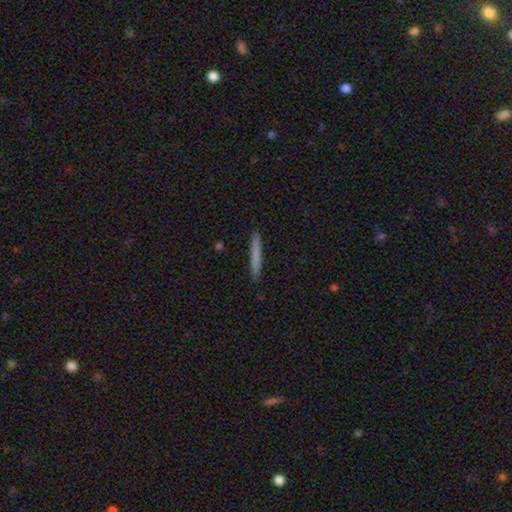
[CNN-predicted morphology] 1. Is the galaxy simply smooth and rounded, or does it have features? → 74% smooth, 20% featured or disk, 6% star or artifact.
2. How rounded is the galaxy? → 96% cigar-shaped, 2% in between, 1% round.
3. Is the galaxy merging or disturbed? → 91% none, 6% minor disturbance, 1% major disturbance, 1% merger.